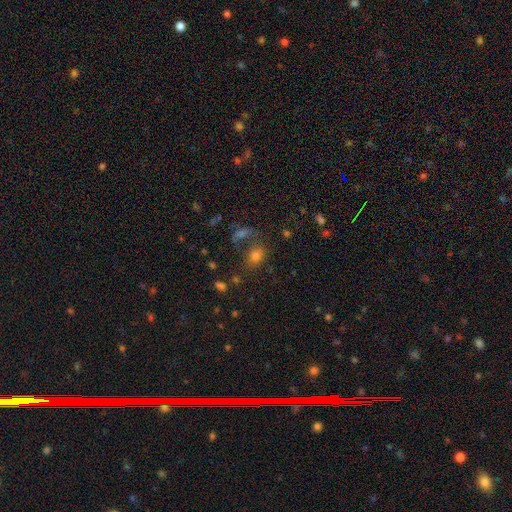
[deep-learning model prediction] Smooth or featured? smooth (67%)
How rounded? in between (61%)
Merging? none (54%)